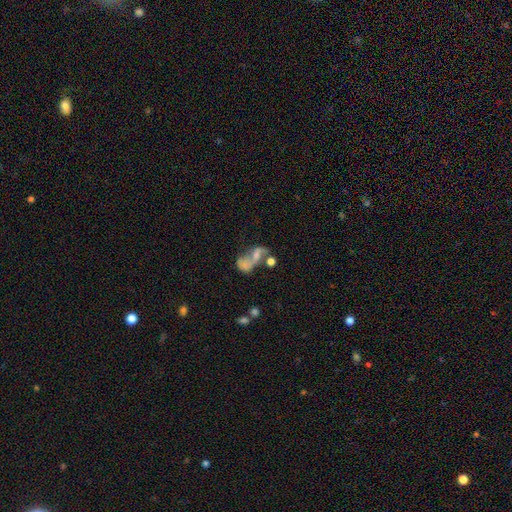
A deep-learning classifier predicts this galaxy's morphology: smooth_or_featured: featured or disk (p=0.53) [alt: smooth p=0.33]
disk_edge_on: no (p=0.96) [alt: yes p=0.04]
bar: no (p=0.70) [alt: weak p=0.22]
has_spiral_arms: yes (p=0.55) [alt: no p=0.45]
bulge_size: none (p=0.37) [alt: small p=0.33]
merging: merger (p=0.46) [alt: none p=0.22]